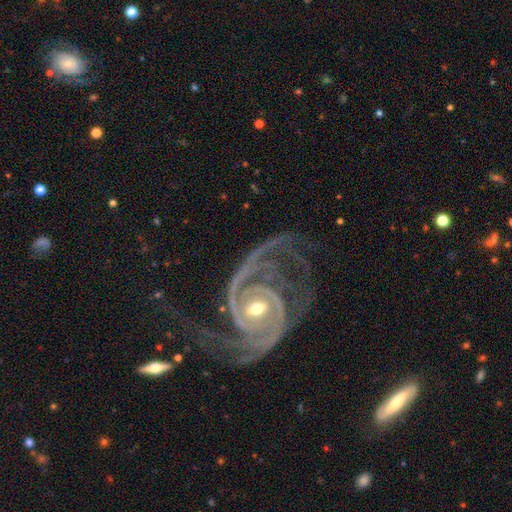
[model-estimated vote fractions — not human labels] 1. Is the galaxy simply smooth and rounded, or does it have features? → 93% featured or disk, 5% star or artifact, 2% smooth.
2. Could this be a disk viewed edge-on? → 97% no, 3% yes.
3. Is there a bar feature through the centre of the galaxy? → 51% no, 30% weak, 20% strong.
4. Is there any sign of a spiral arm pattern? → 98% yes, 2% no.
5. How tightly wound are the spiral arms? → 49% medium, 35% tight, 16% loose.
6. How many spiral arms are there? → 76% 2, 10% 3, 4% can't tell, 3% 4, 3% 1, 3% more than 4.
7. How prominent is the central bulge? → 56% moderate, 39% small, 3% large, 1% none, 1% dominant.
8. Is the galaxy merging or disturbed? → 62% none, 18% minor disturbance, 17% major disturbance, 3% merger.